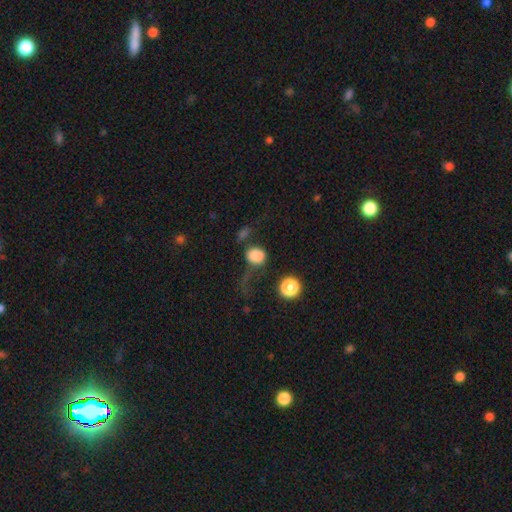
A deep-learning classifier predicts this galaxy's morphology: Overall: smooth (80%). How rounded: round (64%; in between 35%). Merging: none (40%; major disturbance 28%).